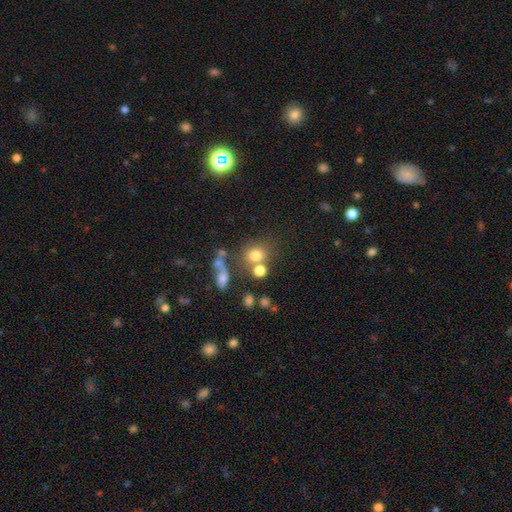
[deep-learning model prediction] Smooth or featured? Predicted: smooth (p=0.73). How rounded? Predicted: round (p=0.76). Merging? Predicted: none (p=0.54).